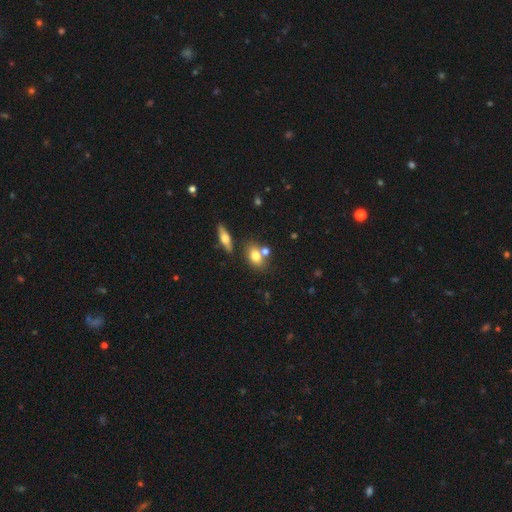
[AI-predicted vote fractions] Morphology: type=smooth (73%); roundness=in between (69%); merging=none (58%).